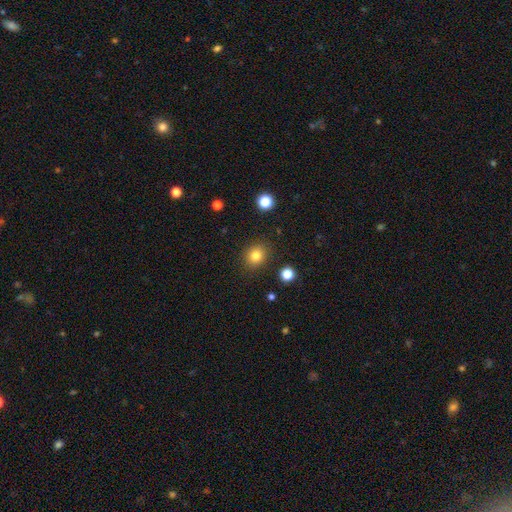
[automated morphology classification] Smooth or featured?
  - smooth: 82% *
  - star or artifact: 12%
  - featured or disk: 7%
How rounded?
  - round: 70% *
  - in between: 29%
  - cigar-shaped: 1%
Merging?
  - none: 88% *
  - minor disturbance: 8%
  - major disturbance: 2%
  - merger: 2%